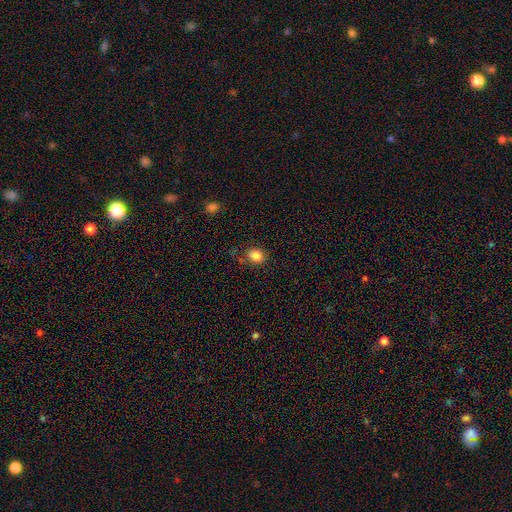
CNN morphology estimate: Overall: smooth (84%). How rounded: round (62%; in between 37%). Merging: none (74%).